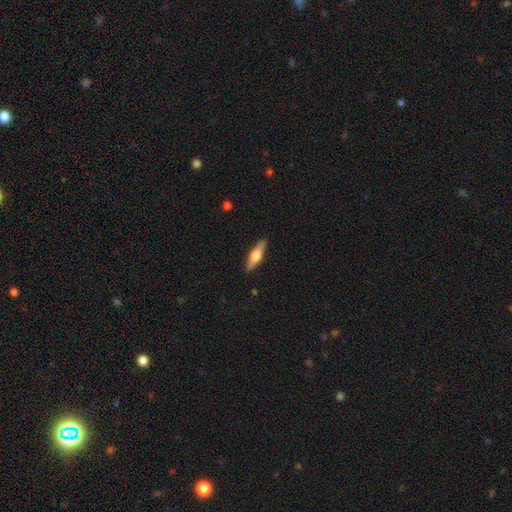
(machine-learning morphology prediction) This appears to be a featured or disk galaxy (57%) viewed edge-on (95%) with a rounded central bulge (93%). Merging: none (89%).